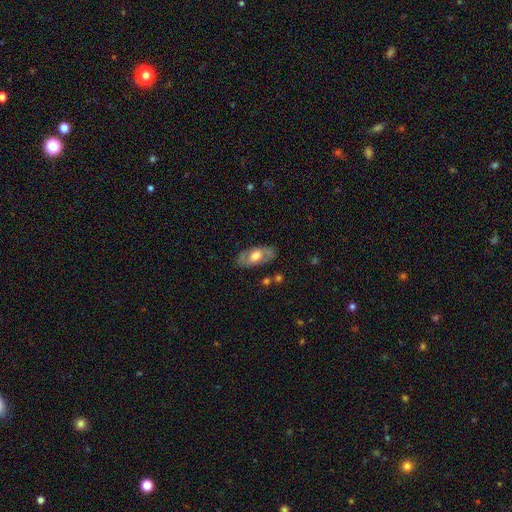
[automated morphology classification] This is possibly a featured or disk galaxy (48%). Merging: likely none (77%).